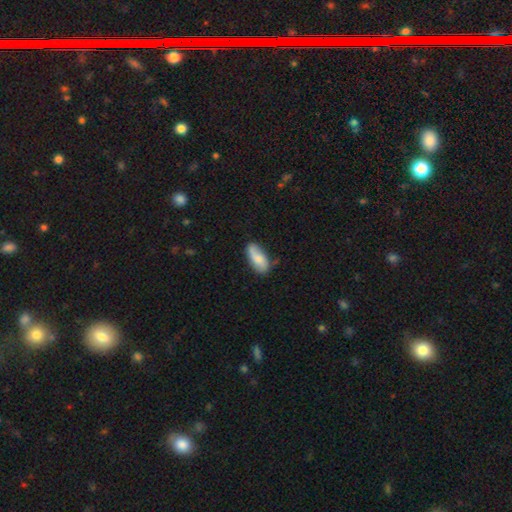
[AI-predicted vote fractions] A smooth galaxy with no disk features (68%) that is in between round and cigar-shaped (84%). Merging: none (66%).